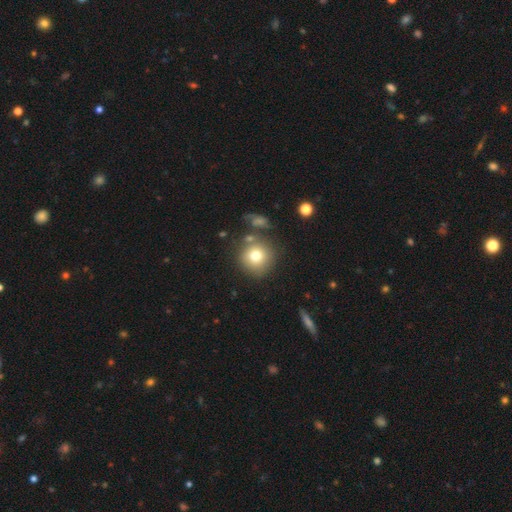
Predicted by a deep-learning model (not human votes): A smooth galaxy with no disk features (76%) that is round (93%). Merging: none (74%).